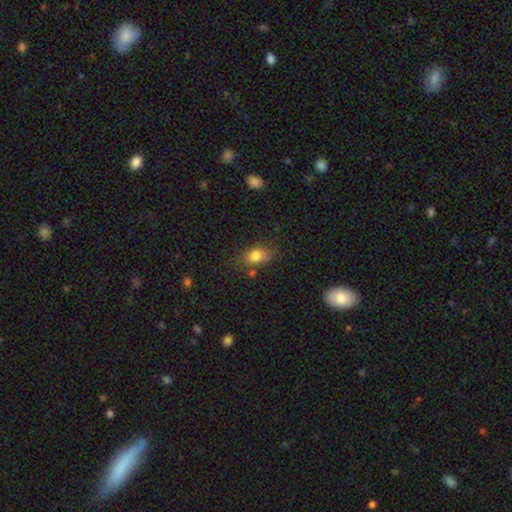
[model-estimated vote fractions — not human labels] smooth_or_featured: smooth (p=0.81) [alt: star or artifact p=0.10]
how_rounded: in between (p=0.74) [alt: round p=0.24]
merging: none (p=0.67) [alt: minor disturbance p=0.20]